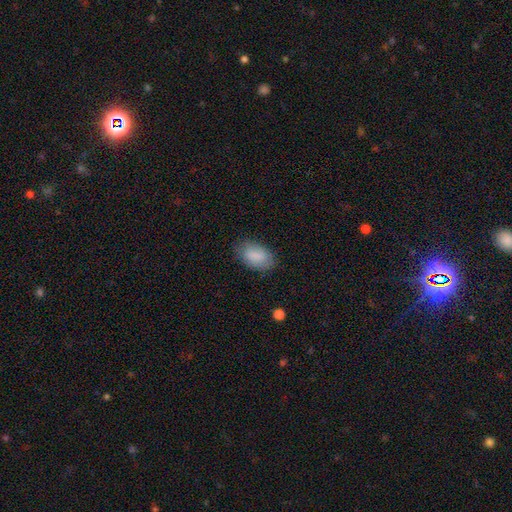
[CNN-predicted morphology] Smooth or featured? Predicted: smooth (p=0.85). How rounded? Predicted: in between (p=0.93). Merging? Predicted: none (p=0.79).